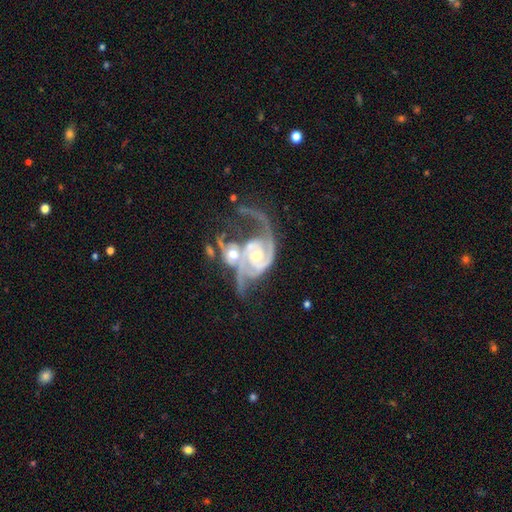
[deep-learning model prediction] smooth-or-featured: featured or disk: 89% | smooth: 6% | star or artifact: 5%
  disk-edge-on: no: 97% | yes: 3%
    bar: no: 60% | weak: 29% | strong: 11%
    has-spiral-arms: yes: 96% | no: 4%
      spiral-winding: medium: 44% | tight: 31% | loose: 26%
      spiral-arm-count: 2: 65% | can't tell: 11% | 1: 9% | 3: 9% | 4: 3% | more than 4: 2%
    bulge-size: moderate: 56% | small: 36% | large: 4% | none: 2% | dominant: 1%
  merging: merger: 62% | major disturbance: 17% | none: 14% | minor disturbance: 7%